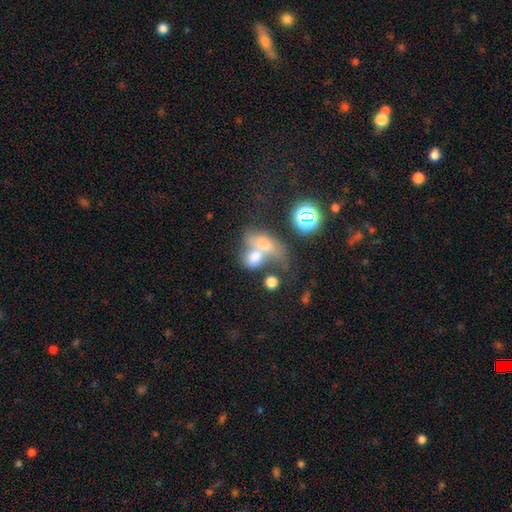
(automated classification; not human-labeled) Smooth or featured? smooth (61%)
How rounded? in between (66%)
Merging? merger (68%)